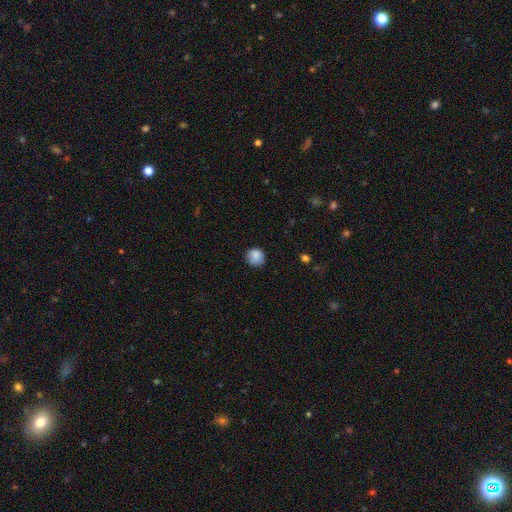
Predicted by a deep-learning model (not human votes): Smooth or featured? smooth (86%)
How rounded? round (90%)
Merging? none (83%)